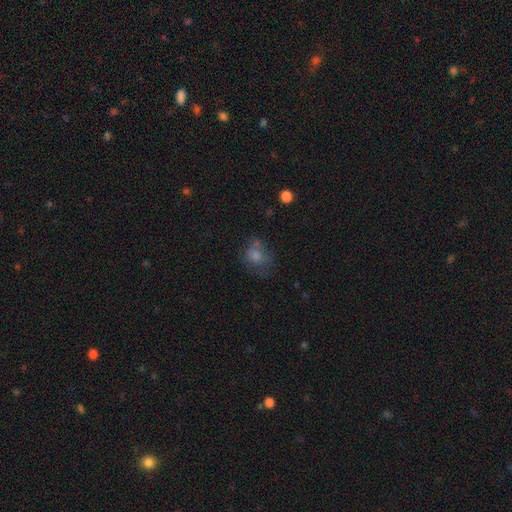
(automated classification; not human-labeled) A smooth galaxy with no disk features (59%) that is round (54%).

Vote fractions:
- Smooth or featured? smooth: 59% / featured or disk: 23% / star or artifact: 17%
- How rounded? round: 54% / in between: 45% / cigar-shaped: 1%
- Merging? none: 50% / minor disturbance: 23% / major disturbance: 19% / merger: 7%